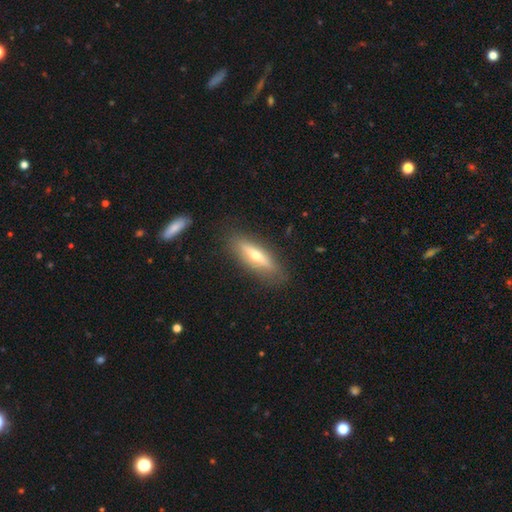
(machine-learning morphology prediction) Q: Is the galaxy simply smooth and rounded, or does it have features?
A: featured or disk — 51%.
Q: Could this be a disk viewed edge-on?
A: yes — 82%.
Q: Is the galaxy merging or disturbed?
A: none — 85%.